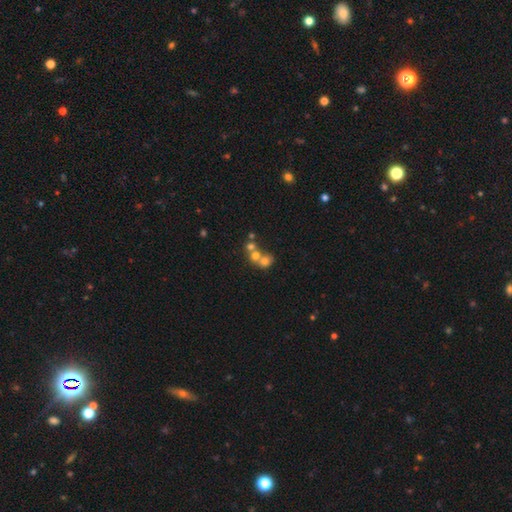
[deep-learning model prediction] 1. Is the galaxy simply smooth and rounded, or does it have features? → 62% smooth, 23% featured or disk, 15% star or artifact.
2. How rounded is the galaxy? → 74% round, 25% in between, 1% cigar-shaped.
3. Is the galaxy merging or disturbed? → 61% merger, 29% none, 6% minor disturbance, 4% major disturbance.